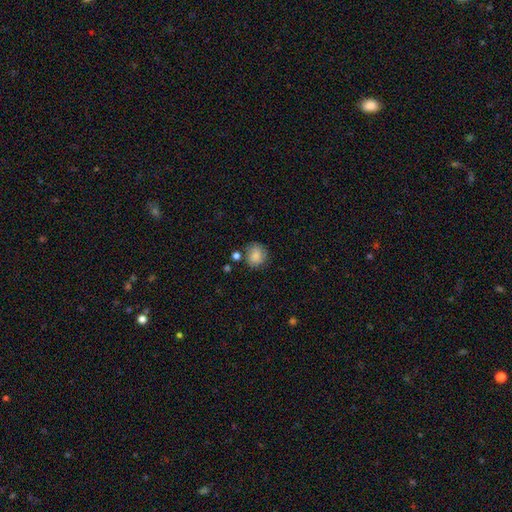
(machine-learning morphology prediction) smooth_or_featured: smooth (p=0.83) [alt: featured or disk p=0.09]
how_rounded: round (p=0.83) [alt: in between p=0.16]
merging: none (p=0.73) [alt: minor disturbance p=0.16]